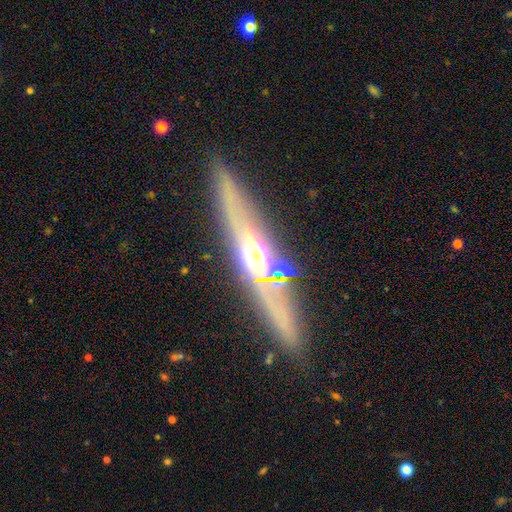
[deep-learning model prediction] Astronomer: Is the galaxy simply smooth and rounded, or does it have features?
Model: featured or disk — 71%.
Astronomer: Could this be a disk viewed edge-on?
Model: yes — 90%.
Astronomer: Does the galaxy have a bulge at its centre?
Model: rounded — 89%.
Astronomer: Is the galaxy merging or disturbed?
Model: none — 83%.